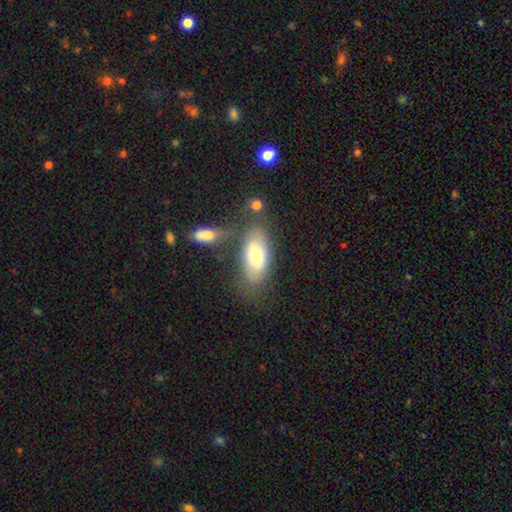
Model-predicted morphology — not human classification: The model was most divided on "merging": none: 57%, minor disturbance: 18%, merger: 16%, major disturbance: 8%. More confident: how rounded — in between (87%); smooth or featured — smooth (73%).